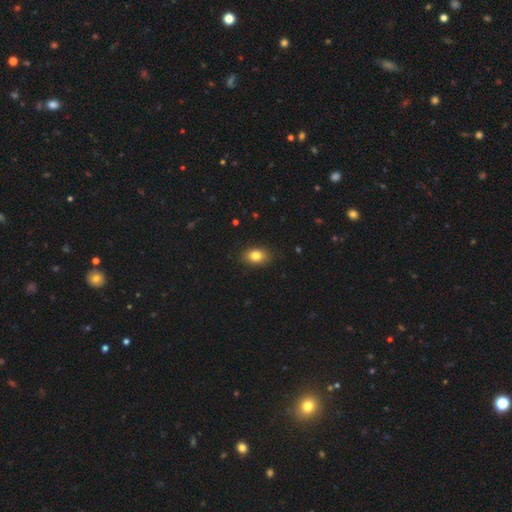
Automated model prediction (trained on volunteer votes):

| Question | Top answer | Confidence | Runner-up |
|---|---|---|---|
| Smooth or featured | smooth | 82% | star or artifact (10%) |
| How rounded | in between | 78% | round (21%) |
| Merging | none | 85% | minor disturbance (11%) |